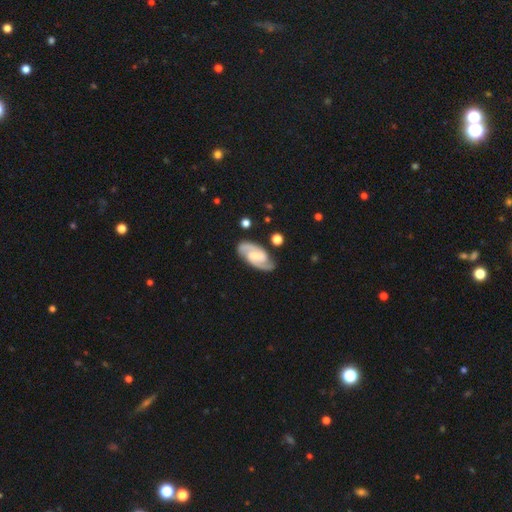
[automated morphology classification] This appears to be a featured or disk galaxy (88%) with a weak bar (47%), 2 (92%) medium (50%) spiral arms (98%) and a small central bulge (49%). Merging: none (83%).